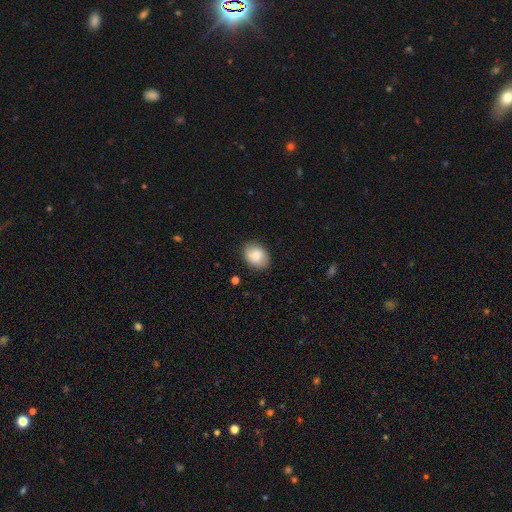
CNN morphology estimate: Smooth or featured?
  - smooth: 82% *
  - featured or disk: 11%
  - star or artifact: 7%
How rounded?
  - in between: 62% *
  - round: 37%
  - cigar-shaped: 1%
Merging?
  - none: 86% *
  - minor disturbance: 11%
  - major disturbance: 3%
  - merger: 1%